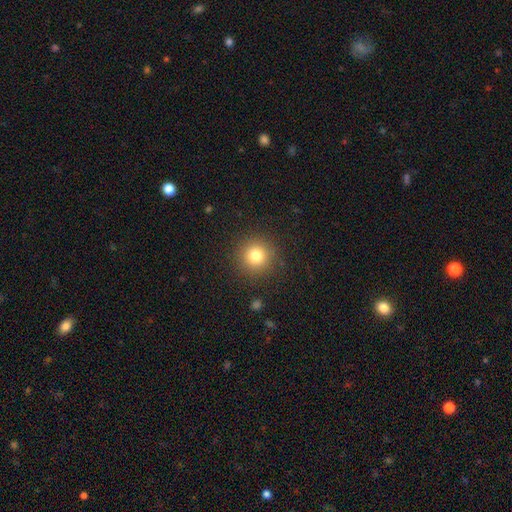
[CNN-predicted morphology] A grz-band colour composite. It shows a smooth galaxy with no disk features (79%) that is round (95%). Merging: none (90%).